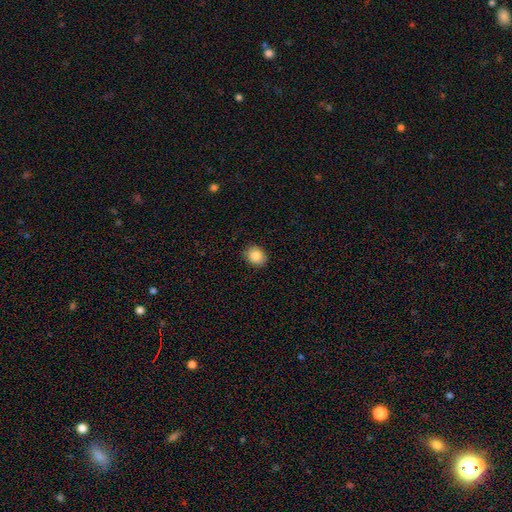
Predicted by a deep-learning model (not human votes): A smooth galaxy with no disk features (85%) that is round (63%). Merging: none (89%).